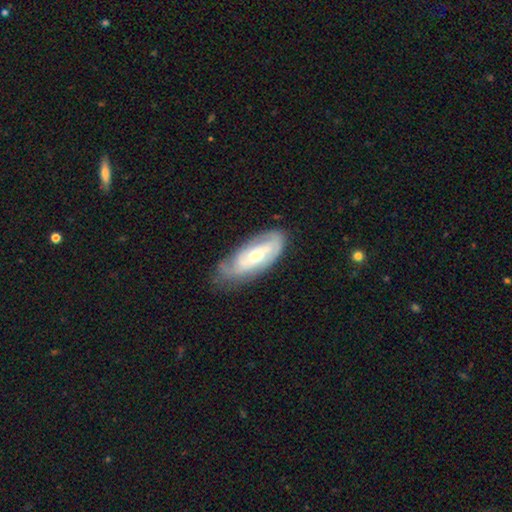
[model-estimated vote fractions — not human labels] Overall: featured or disk (72%). Edge-on disk: no (89%). Bar: no (47%; weak 38%). Spiral arms: yes (86%). Spiral arm count: 2 (42%; can't tell 36%). Spiral winding: tight (53%; medium 34%). Bulge size: moderate (61%; small 33%). Merging: none (63%; minor disturbance 27%).